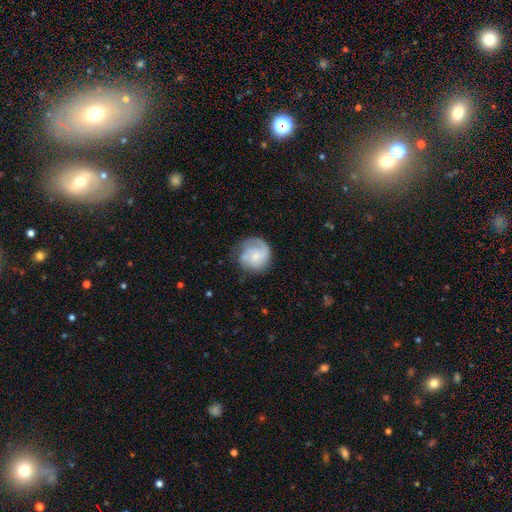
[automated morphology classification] Smooth or featured?
  - featured or disk: 56% *
  - smooth: 37%
  - star or artifact: 7%
Edge-on disk?
  - no: 98% *
  - yes: 2%
Bar?
  - no: 71% *
  - weak: 25%
  - strong: 4%
Spiral arms?
  - yes: 85% *
  - no: 15%
Bulge size?
  - small: 55% *
  - moderate: 27%
  - none: 13%
  - large: 3%
  - dominant: 1%
Merging?
  - none: 62% *
  - minor disturbance: 23%
  - major disturbance: 13%
  - merger: 3%